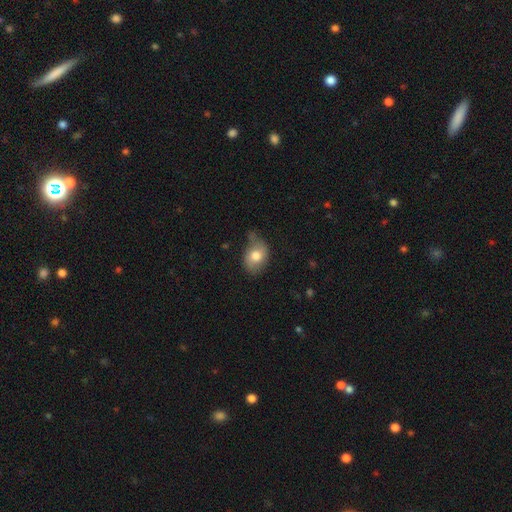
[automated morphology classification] smooth-or-featured: smooth: 73% | featured or disk: 19% | star or artifact: 7%
  how-rounded: in between: 71% | round: 28% | cigar-shaped: 1%
  merging: none: 47% | minor disturbance: 37% | major disturbance: 11% | merger: 4%